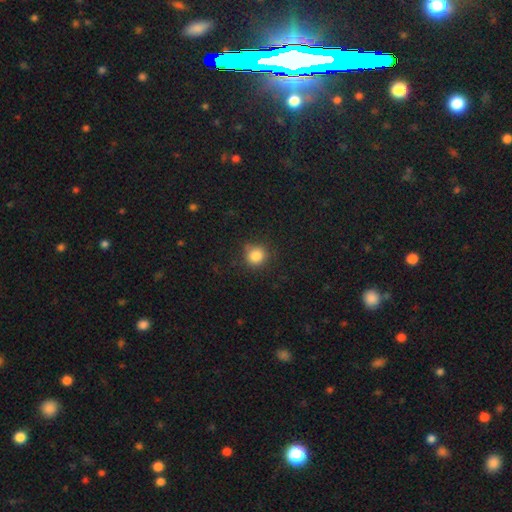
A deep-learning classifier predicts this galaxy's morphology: smooth-or-featured: smooth: 84% | star or artifact: 11% | featured or disk: 4%
  how-rounded: round: 89% | in between: 10% | cigar-shaped: 1%
  merging: none: 80% | minor disturbance: 14% | major disturbance: 4% | merger: 3%